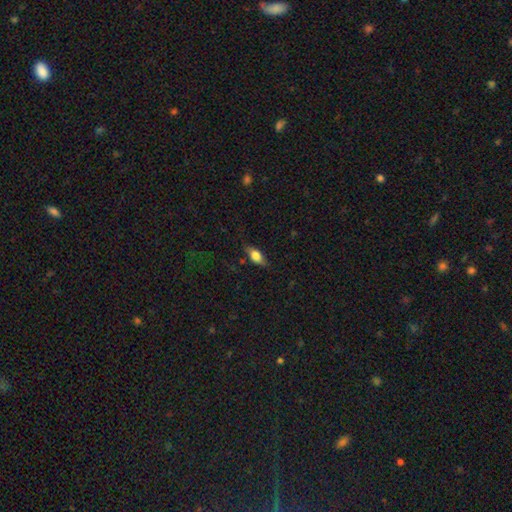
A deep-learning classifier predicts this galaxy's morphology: Smooth or featured?
  - smooth: 71% *
  - featured or disk: 21%
  - star or artifact: 8%
How rounded?
  - in between: 82% *
  - cigar-shaped: 13%
  - round: 6%
Merging?
  - none: 77% *
  - minor disturbance: 18%
  - major disturbance: 4%
  - merger: 1%